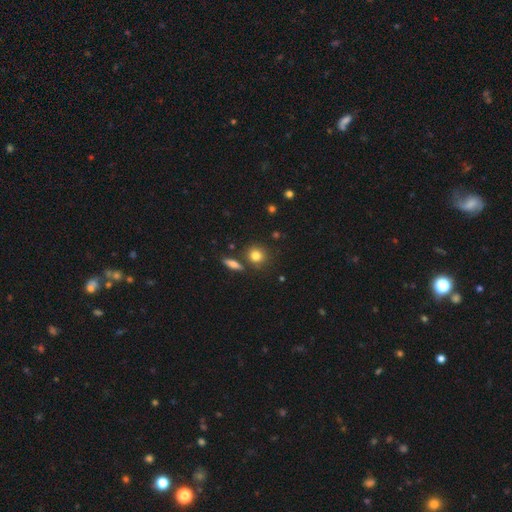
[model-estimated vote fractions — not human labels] Smooth or featured? Predicted: smooth (p=0.81). How rounded? Predicted: round (p=0.82). Merging? Predicted: none (p=0.77).